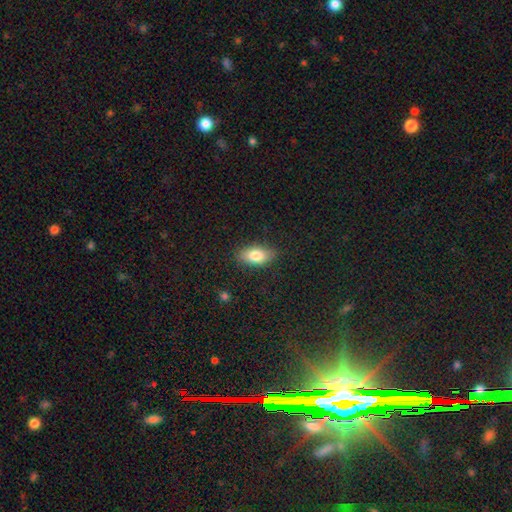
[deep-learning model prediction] This is clearly a smooth galaxy (82%). How rounded: clearly in between (89%). Merging: clearly none (85%).